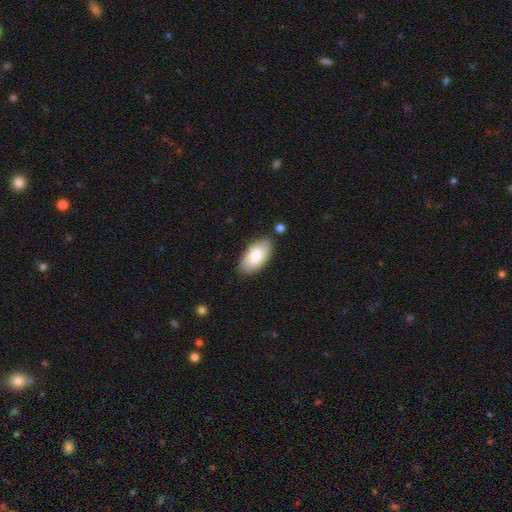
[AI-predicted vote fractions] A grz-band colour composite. It shows a smooth galaxy with no disk features (80%) that is in between round and cigar-shaped (95%). Merging: none (83%).